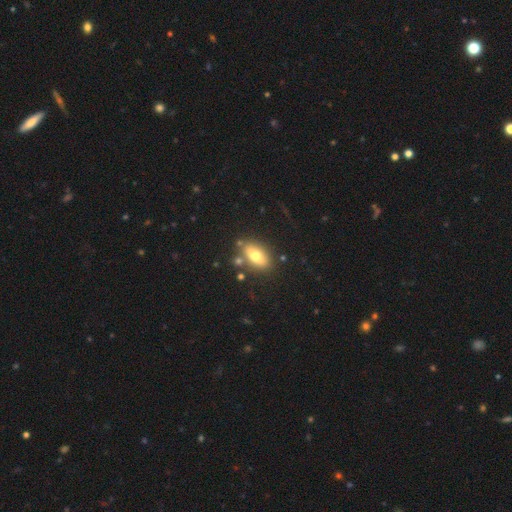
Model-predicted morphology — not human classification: A smooth galaxy with no disk features (70%) that is in between round and cigar-shaped (85%).

Vote fractions:
- Smooth or featured? smooth: 70% / featured or disk: 22% / star or artifact: 8%
- How rounded? in between: 85% / cigar-shaped: 9% / round: 6%
- Merging? none: 78% / minor disturbance: 12% / merger: 6% / major disturbance: 4%